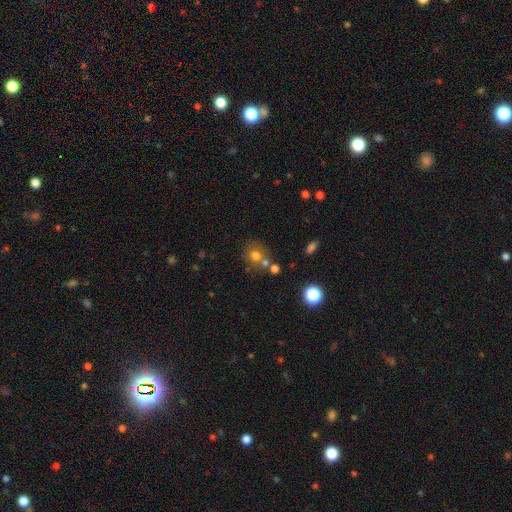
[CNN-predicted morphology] The model was most divided on "merging": none: 57%, merger: 27%, minor disturbance: 11%, major disturbance: 5%. More confident: how rounded — round (82%); smooth or featured — smooth (70%).